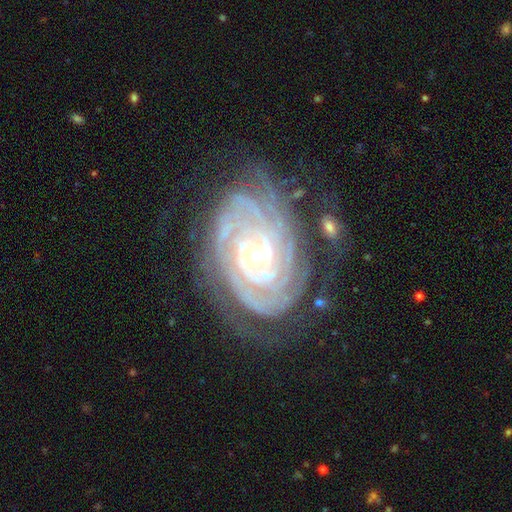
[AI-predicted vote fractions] A featured or disk galaxy (91%) with no bar (58%), 4 (24%) tight (84%) spiral arms (98%) and a small central bulge (56%). Merging: none (72%).